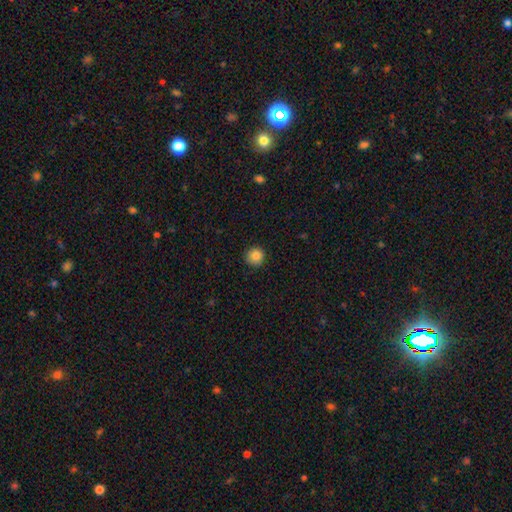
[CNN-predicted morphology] Smooth or featured?
  - smooth: 84% *
  - star or artifact: 10%
  - featured or disk: 6%
How rounded?
  - round: 93% *
  - in between: 6%
  - cigar-shaped: 1%
Merging?
  - none: 89% *
  - minor disturbance: 8%
  - major disturbance: 2%
  - merger: 1%